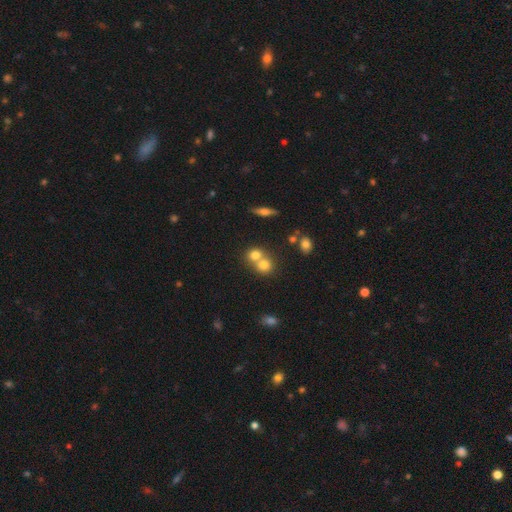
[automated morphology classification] smooth-or-featured: smooth: 73% | featured or disk: 14% | star or artifact: 13%
  how-rounded: round: 78% | in between: 20% | cigar-shaped: 1%
  merging: merger: 58% | none: 34% | minor disturbance: 5% | major disturbance: 3%